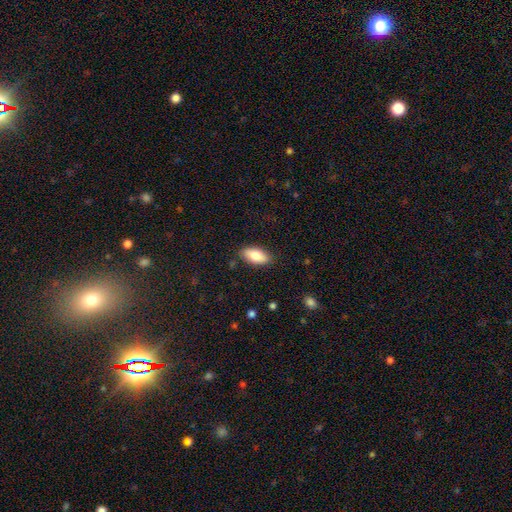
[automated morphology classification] smooth_or_featured: smooth (p=0.82) [alt: featured or disk p=0.12]
how_rounded: in between (p=0.89) [alt: cigar-shaped p=0.09]
merging: none (p=0.86) [alt: minor disturbance p=0.11]